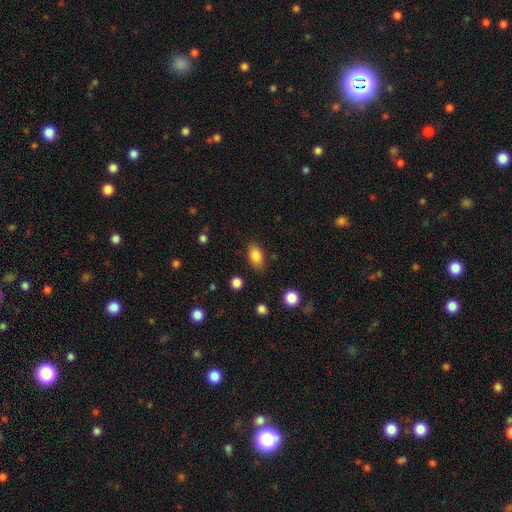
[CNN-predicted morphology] A smooth galaxy with no disk features (84%) that is in between round and cigar-shaped (87%). Merging: none (79%).